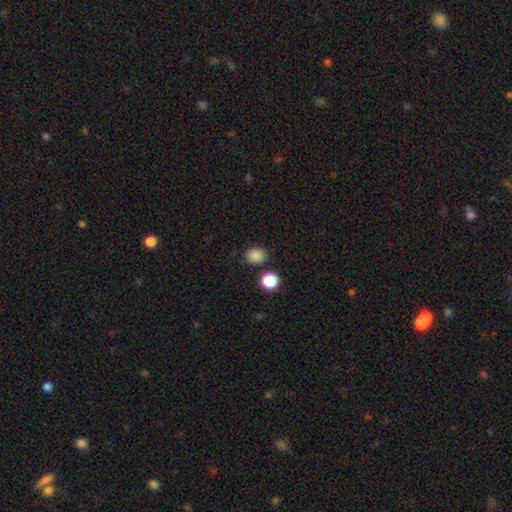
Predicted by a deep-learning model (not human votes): A smooth galaxy with no disk features (85%) that is round (66%).

Vote fractions:
- Smooth or featured? smooth: 85% / star or artifact: 11% / featured or disk: 3%
- How rounded? round: 66% / in between: 33% / cigar-shaped: 1%
- Merging? none: 82% / minor disturbance: 10% / merger: 6% / major disturbance: 3%